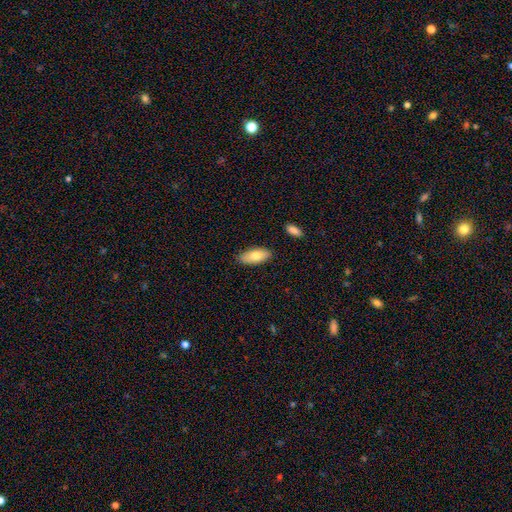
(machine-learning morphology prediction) Smooth or featured: smooth — 76% (featured or disk — 18%)
How rounded: in between — 86% (cigar-shaped — 11%)
Merging: none — 85% (minor disturbance — 11%)